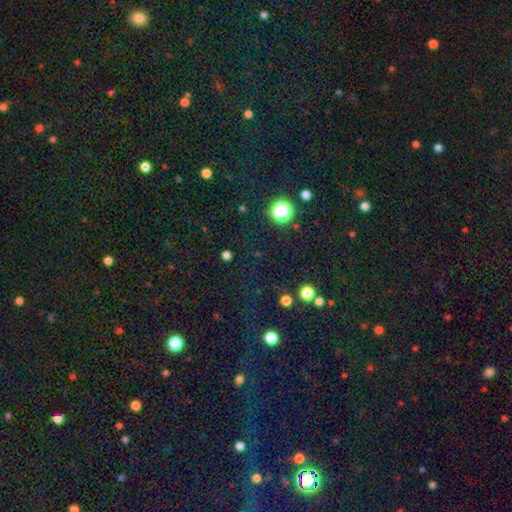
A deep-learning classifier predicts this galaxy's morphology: The model was most divided on "smooth or featured": star or artifact: 78%, smooth: 15%, featured or disk: 7%.